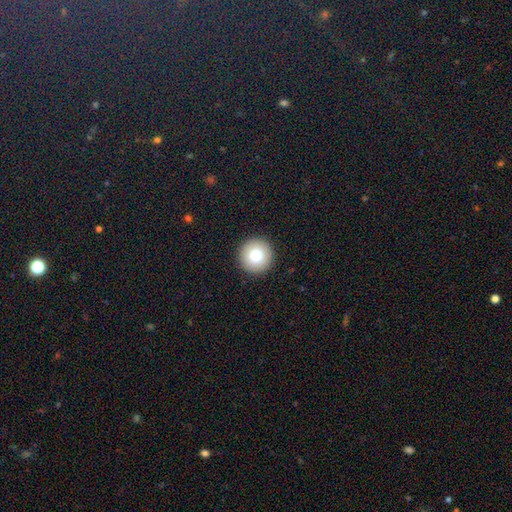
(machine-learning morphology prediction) Q: Smooth or featured?
A: smooth (80%); runner-up: featured or disk (11%)
Q: How rounded?
A: round (97%); runner-up: in between (2%)
Q: Merging?
A: none (93%); runner-up: minor disturbance (5%)